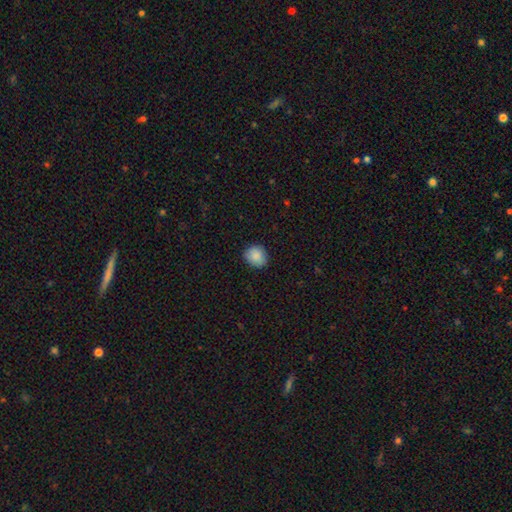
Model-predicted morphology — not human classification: smooth-or-featured: smooth: 88% | star or artifact: 8% | featured or disk: 5%
  how-rounded: round: 74% | in between: 25% | cigar-shaped: 1%
  merging: none: 84% | minor disturbance: 13% | major disturbance: 2% | merger: 1%